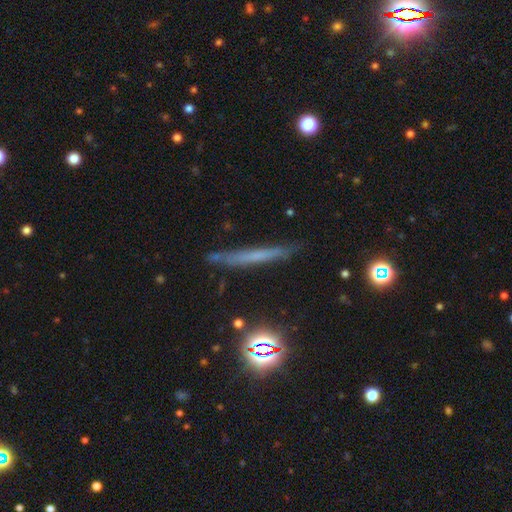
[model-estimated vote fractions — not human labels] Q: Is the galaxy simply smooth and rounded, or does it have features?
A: smooth — 43%.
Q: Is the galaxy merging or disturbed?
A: none — 82%.